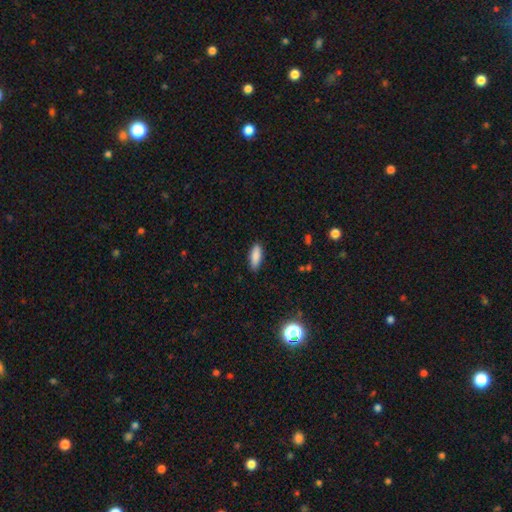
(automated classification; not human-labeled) Smooth or featured? smooth (87%)
How rounded? in between (71%)
Merging? none (86%)